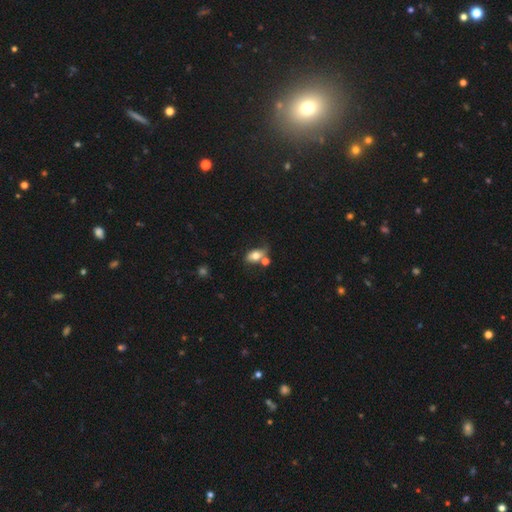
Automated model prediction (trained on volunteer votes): smooth_or_featured: smooth (p=0.70) [alt: featured or disk p=0.21]
how_rounded: in between (p=0.82) [alt: round p=0.14]
merging: none (p=0.40) [alt: merger p=0.27]